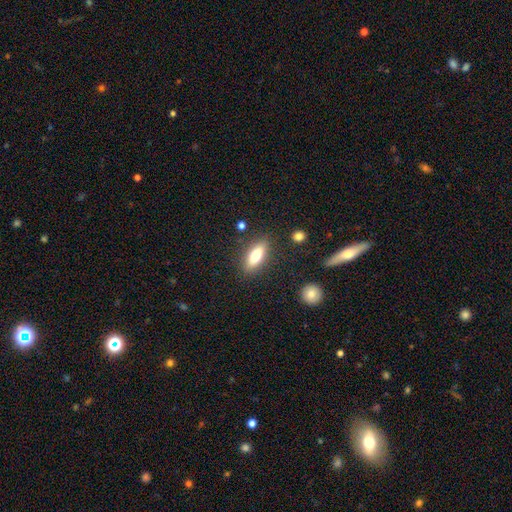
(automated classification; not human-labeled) A smooth galaxy with no disk features (68%) that is in between round and cigar-shaped (65%). Merging: none (85%).